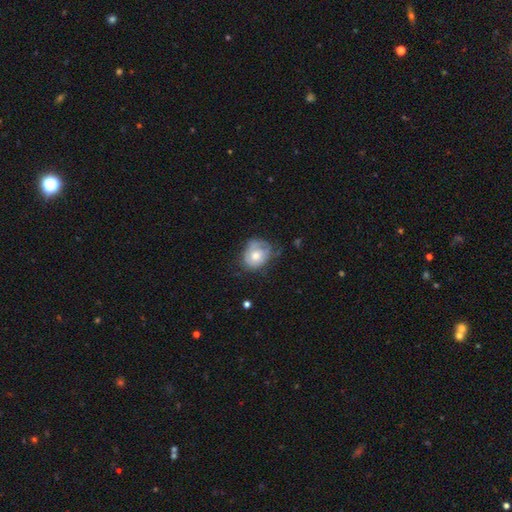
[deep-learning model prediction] featured or disk 51%, smooth 42%, star or artifact 7%. Down the decision tree: edge-on disk — no (97%); merging — none (50%).